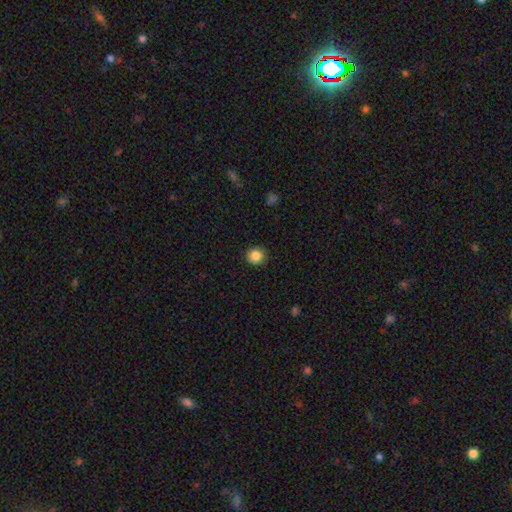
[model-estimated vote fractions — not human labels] Smooth or featured? Predicted: smooth (p=0.86). How rounded? Predicted: round (p=0.94). Merging? Predicted: none (p=0.91).